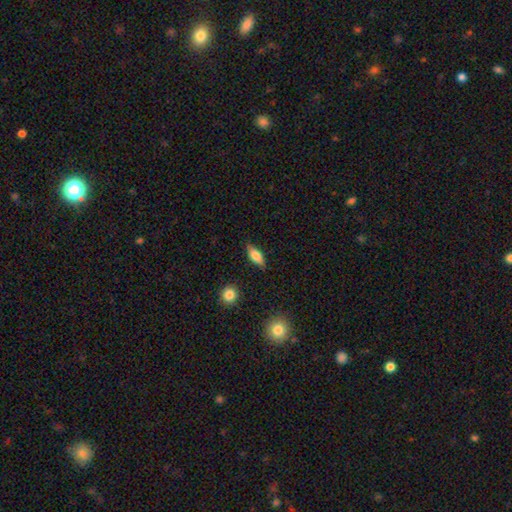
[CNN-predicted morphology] Overall: smooth (75%). How rounded: in between (76%). Merging: none (84%).